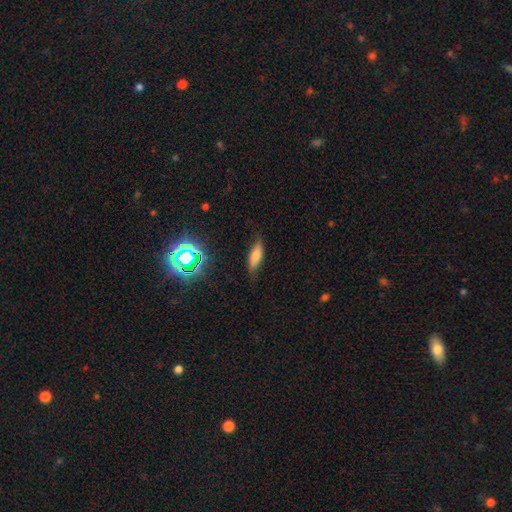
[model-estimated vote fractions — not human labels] smooth_or_featured: smooth (p=0.70) [alt: featured or disk p=0.18]
how_rounded: in between (p=0.62) [alt: cigar-shaped p=0.35]
merging: none (p=0.73) [alt: minor disturbance p=0.20]